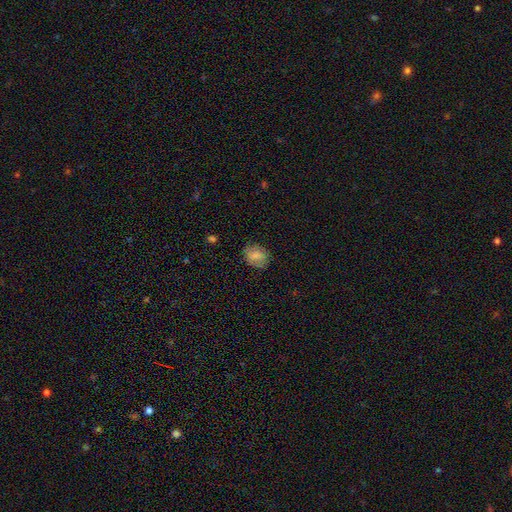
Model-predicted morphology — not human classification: Q: Smooth or featured?
A: smooth (78%); runner-up: featured or disk (14%)
Q: How rounded?
A: in between (54%); runner-up: round (44%)
Q: Merging?
A: none (78%); runner-up: minor disturbance (17%)